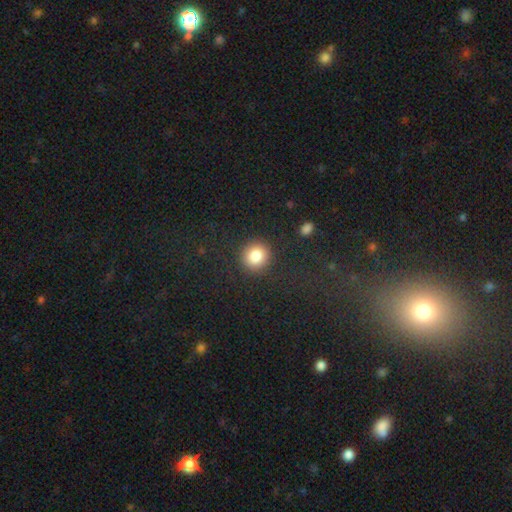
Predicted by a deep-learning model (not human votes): smooth_or_featured: smooth (p=0.84) [alt: star or artifact p=0.10]
how_rounded: round (p=0.88) [alt: in between p=0.11]
merging: none (p=0.88) [alt: minor disturbance p=0.07]